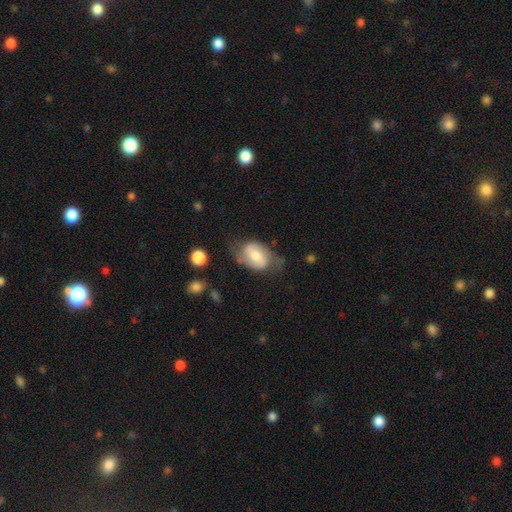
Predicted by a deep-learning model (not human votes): smooth-or-featured: featured or disk: 49% | smooth: 44% | star or artifact: 7%
  merging: none: 51% | minor disturbance: 29% | major disturbance: 17% | merger: 3%